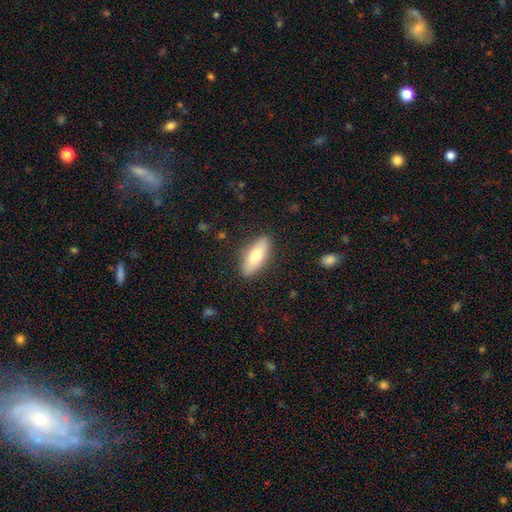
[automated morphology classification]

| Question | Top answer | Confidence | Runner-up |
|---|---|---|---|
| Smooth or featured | smooth | 72% | featured or disk (22%) |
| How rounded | in between | 70% | cigar-shaped (27%) |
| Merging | none | 87% | minor disturbance (10%) |